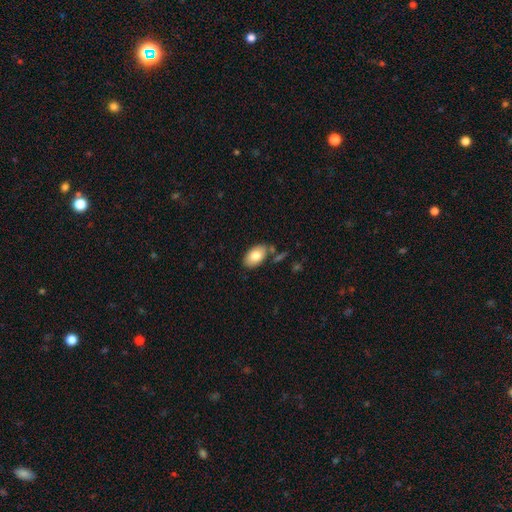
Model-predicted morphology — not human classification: Smooth or featured? smooth (80%)
How rounded? in between (93%)
Merging? none (77%)